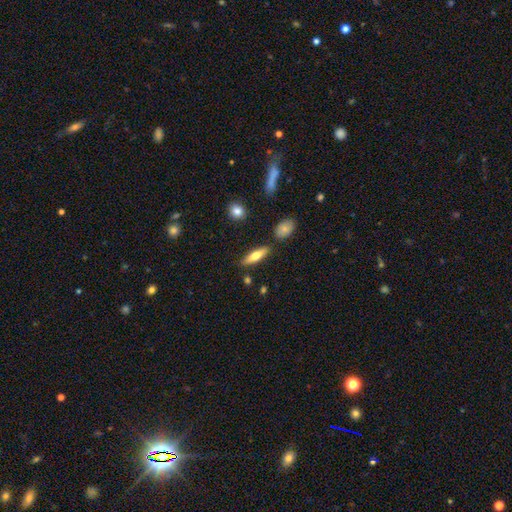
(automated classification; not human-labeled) smooth-or-featured: smooth: 57% | featured or disk: 37% | star or artifact: 6%
  how-rounded: cigar-shaped: 57% | in between: 41% | round: 3%
  merging: none: 83% | minor disturbance: 10% | merger: 4% | major disturbance: 2%